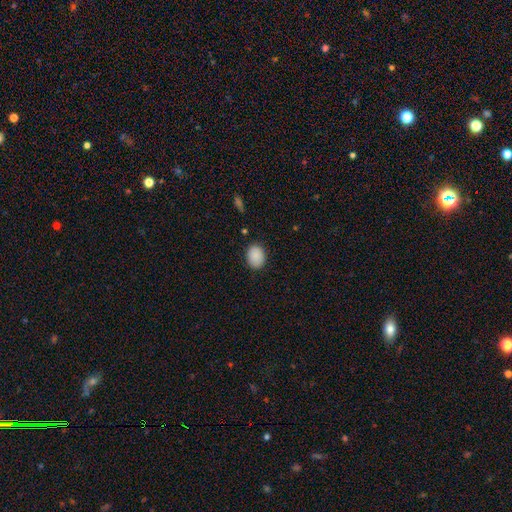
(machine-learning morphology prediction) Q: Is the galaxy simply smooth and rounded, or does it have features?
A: smooth — 89%.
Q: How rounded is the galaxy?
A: in between — 65%.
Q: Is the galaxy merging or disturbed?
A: none — 86%.